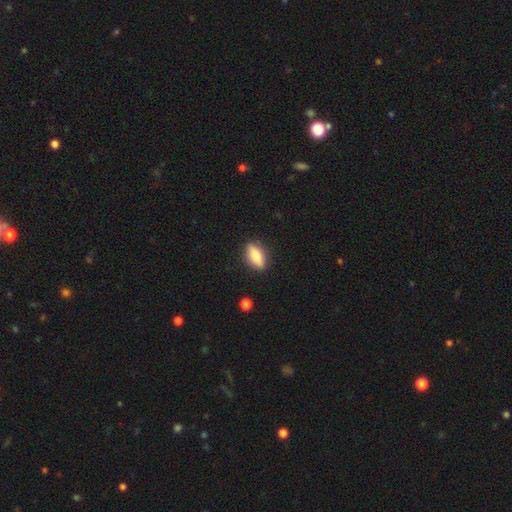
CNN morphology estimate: This is likely a smooth galaxy (68%). How rounded: likely in between (69%). Merging: clearly none (87%).